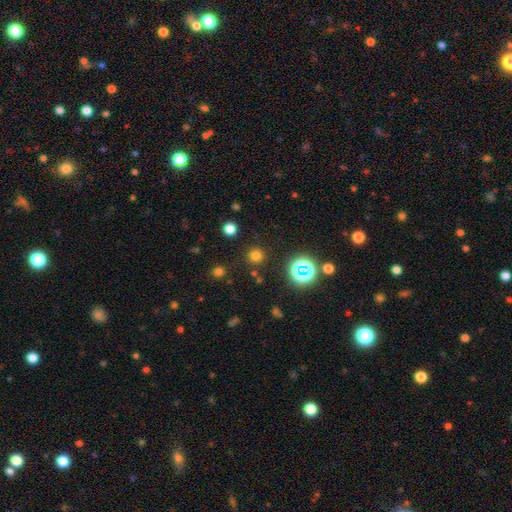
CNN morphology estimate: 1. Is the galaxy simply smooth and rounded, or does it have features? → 70% smooth, 25% star or artifact, 5% featured or disk.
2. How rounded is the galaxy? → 94% round, 5% in between, 1% cigar-shaped.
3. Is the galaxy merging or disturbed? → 88% none, 6% minor disturbance, 3% major disturbance, 3% merger.